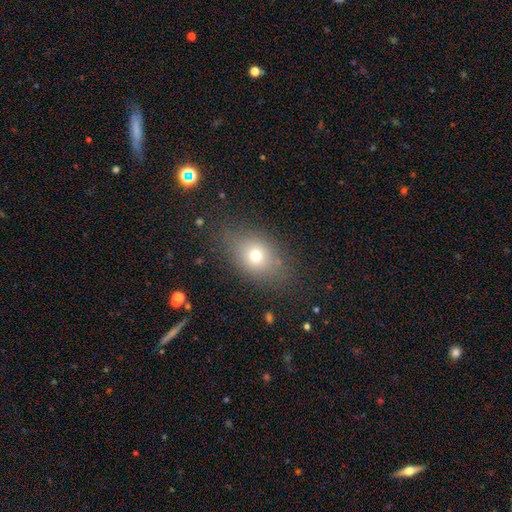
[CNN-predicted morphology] smooth 69%, featured or disk 16%, star or artifact 15%. Down the decision tree: how rounded — in between (62%); merging — none (77%).